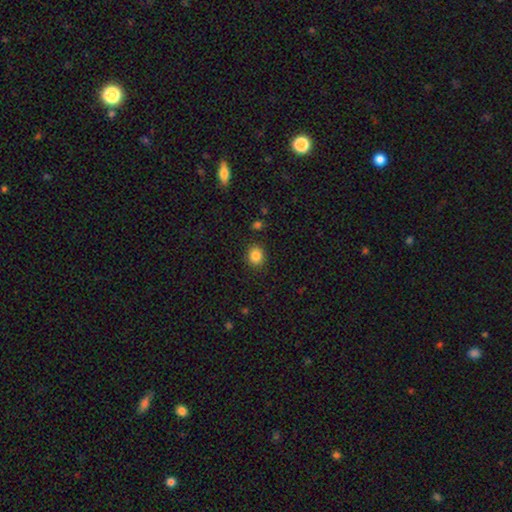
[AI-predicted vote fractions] This is clearly a smooth galaxy (85%). How rounded: likely round (75%). Merging: clearly none (89%).